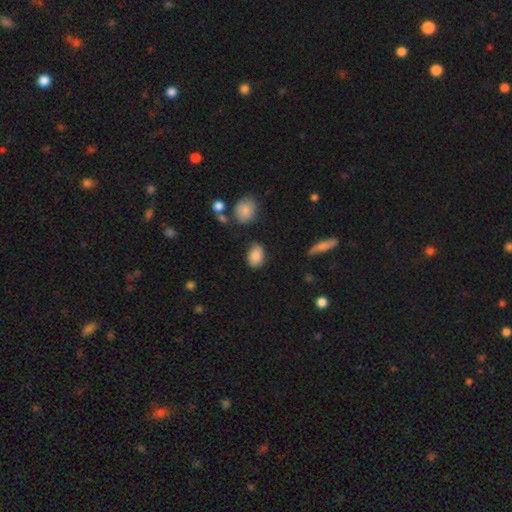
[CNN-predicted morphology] type=smooth (85%); roundness=in between (83%); merging=none (73%).